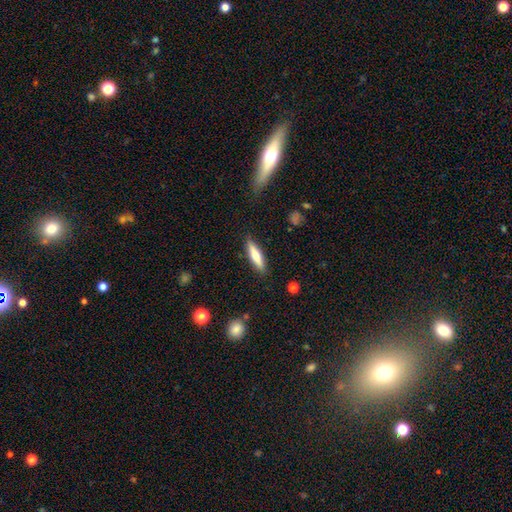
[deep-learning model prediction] Morphology: type=smooth (68%); roundness=cigar-shaped (78%); merging=none (87%).